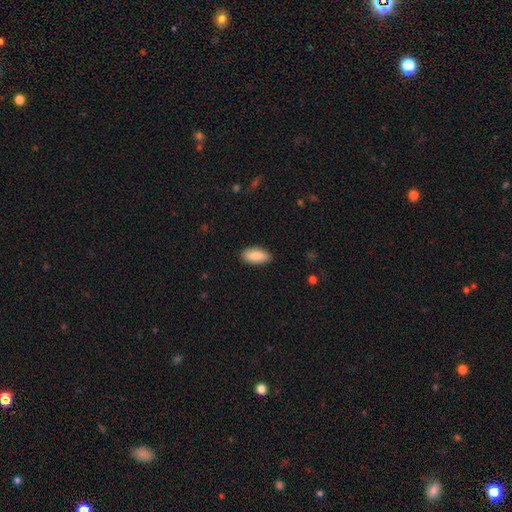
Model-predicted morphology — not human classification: Q: Smooth or featured?
A: smooth (88%); runner-up: featured or disk (6%)
Q: How rounded?
A: in between (91%); runner-up: cigar-shaped (7%)
Q: Merging?
A: none (89%); runner-up: minor disturbance (8%)